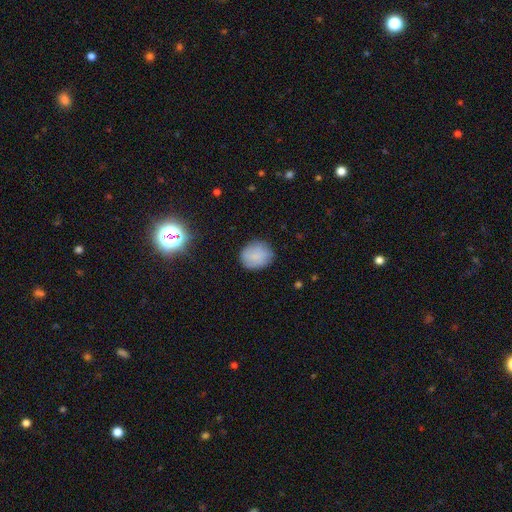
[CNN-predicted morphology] The model was most divided on "how rounded": round: 68%, in between: 31%, cigar-shaped: 1%. More confident: merging — none (79%); smooth or featured — smooth (79%).